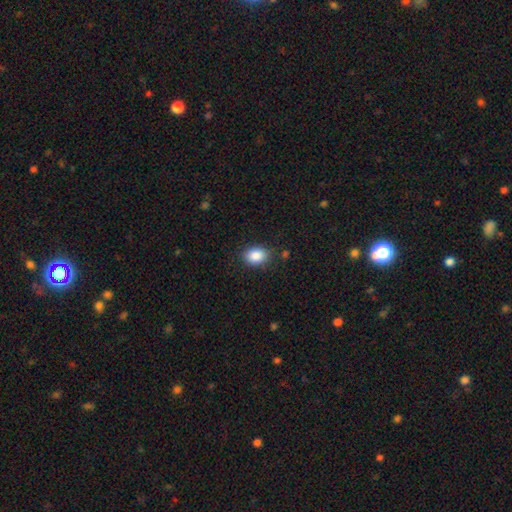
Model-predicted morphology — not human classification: Smooth or featured? smooth (87%)
How rounded? in between (69%)
Merging? none (84%)